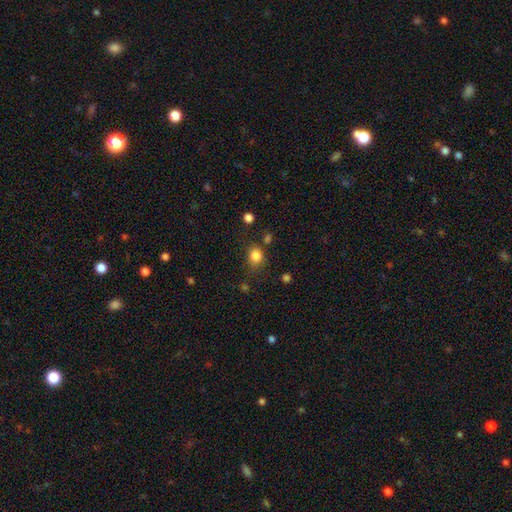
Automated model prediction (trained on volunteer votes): smooth-or-featured: smooth: 83% | star or artifact: 12% | featured or disk: 5%
  how-rounded: round: 66% | in between: 33% | cigar-shaped: 1%
  merging: none: 71% | minor disturbance: 16% | merger: 6% | major disturbance: 6%